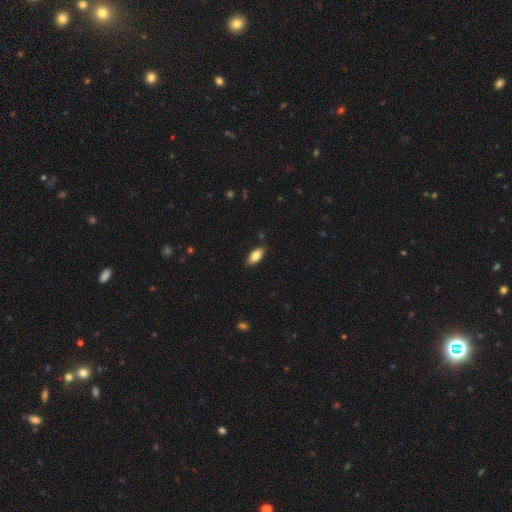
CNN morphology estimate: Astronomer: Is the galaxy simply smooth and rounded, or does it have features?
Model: smooth — 82%.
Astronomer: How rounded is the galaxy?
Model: in between — 89%.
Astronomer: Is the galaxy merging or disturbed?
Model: none — 86%.